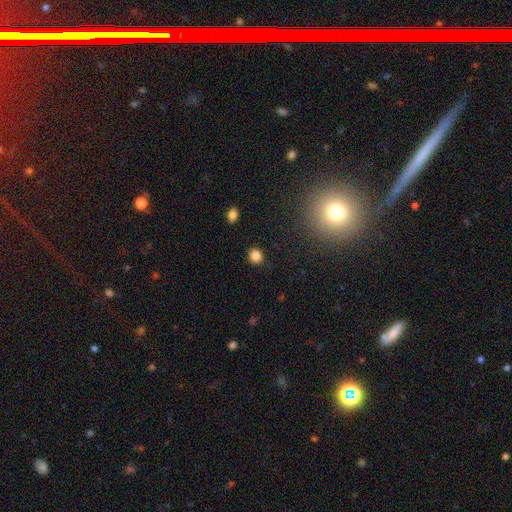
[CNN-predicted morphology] smooth_or_featured: smooth (p=0.84) [alt: star or artifact p=0.12]
how_rounded: round (p=0.83) [alt: in between p=0.16]
merging: none (p=0.88) [alt: minor disturbance p=0.08]